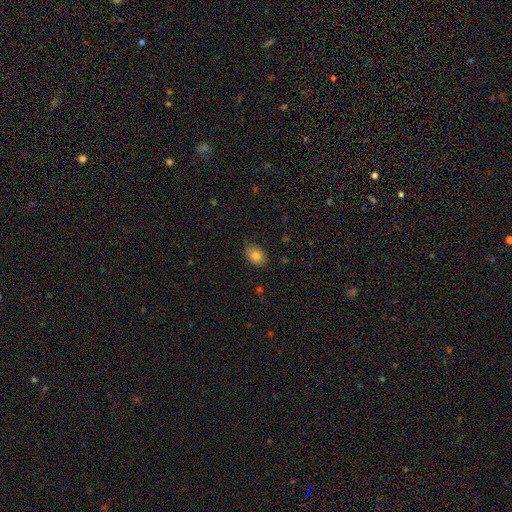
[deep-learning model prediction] Smooth or featured?
  - smooth: 83% *
  - star or artifact: 8%
  - featured or disk: 8%
How rounded?
  - in between: 81% *
  - round: 18%
  - cigar-shaped: 1%
Merging?
  - none: 79% *
  - minor disturbance: 17%
  - major disturbance: 3%
  - merger: 1%